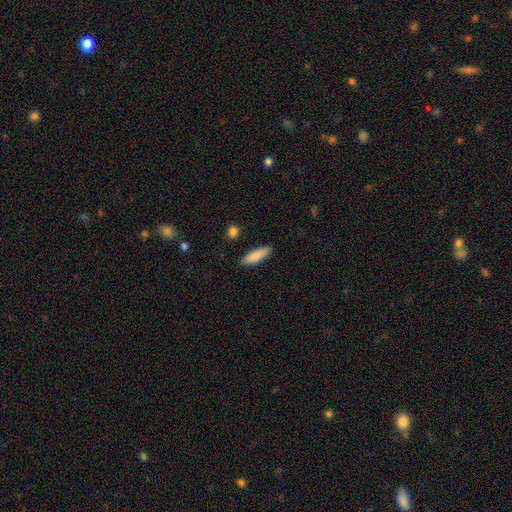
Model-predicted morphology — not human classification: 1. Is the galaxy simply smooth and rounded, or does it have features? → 86% smooth, 8% featured or disk, 6% star or artifact.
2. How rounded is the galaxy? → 55% cigar-shaped, 44% in between, 2% round.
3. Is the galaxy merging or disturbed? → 87% none, 9% minor disturbance, 2% major disturbance, 2% merger.